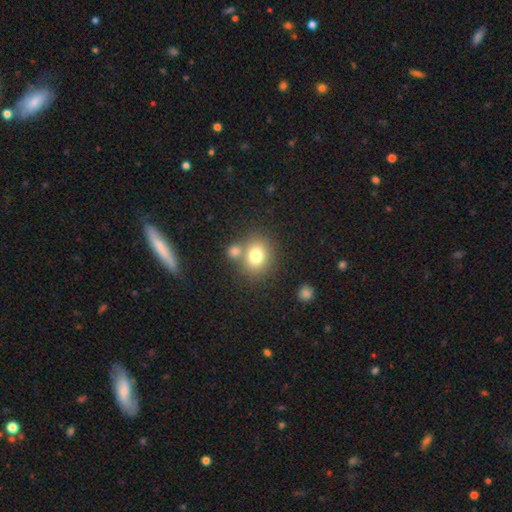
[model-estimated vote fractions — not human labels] A smooth galaxy with no disk features (77%) that is round (63%).

Vote fractions:
- Smooth or featured? smooth: 77% / featured or disk: 12% / star or artifact: 11%
- How rounded? round: 63% / in between: 36% / cigar-shaped: 1%
- Merging? none: 58% / merger: 28% / minor disturbance: 10% / major disturbance: 4%